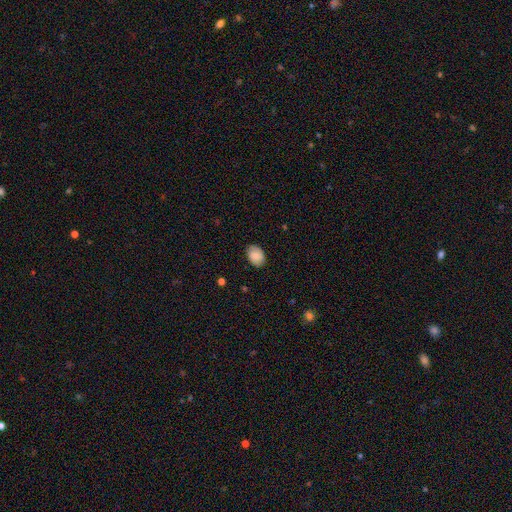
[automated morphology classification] Smooth or featured?
  - smooth: 81% *
  - featured or disk: 12%
  - star or artifact: 8%
How rounded?
  - in between: 81% *
  - round: 18%
  - cigar-shaped: 1%
Merging?
  - none: 82% *
  - minor disturbance: 14%
  - major disturbance: 3%
  - merger: 1%